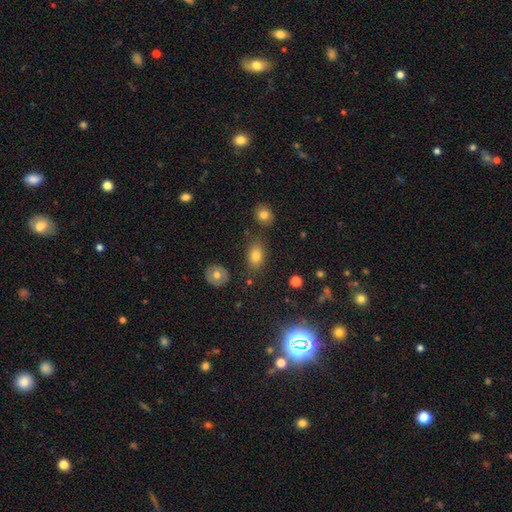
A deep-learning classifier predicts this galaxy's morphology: Smooth or featured: smooth — 78% (star or artifact — 13%)
How rounded: in between — 84% (round — 14%)
Merging: none — 79% (minor disturbance — 13%)